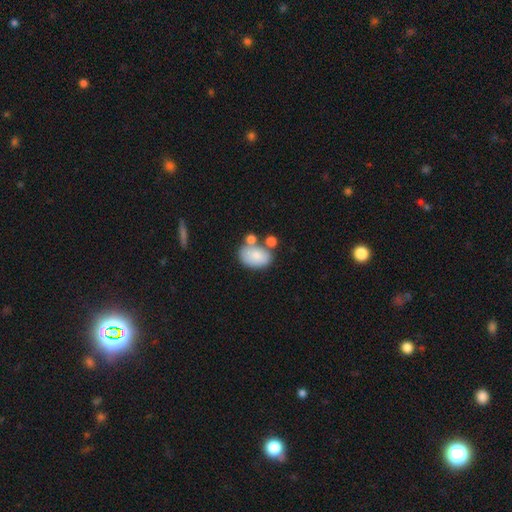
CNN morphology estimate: Smooth or featured? Predicted: smooth (p=0.78). How rounded? Predicted: in between (p=0.84). Merging? Predicted: none (p=0.54).